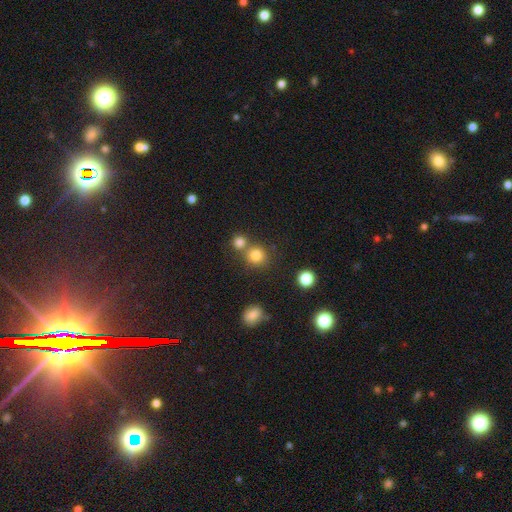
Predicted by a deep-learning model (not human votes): This is likely a smooth galaxy (80%). How rounded: clearly round (88%). Merging: likely none (62%).